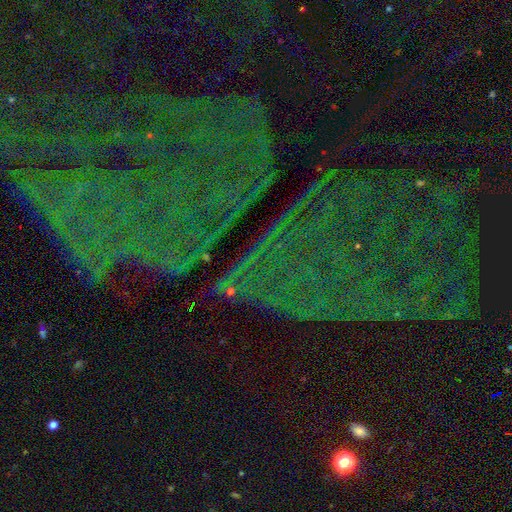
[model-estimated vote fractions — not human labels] Q: Smooth or featured?
A: star or artifact (84%); runner-up: featured or disk (8%)